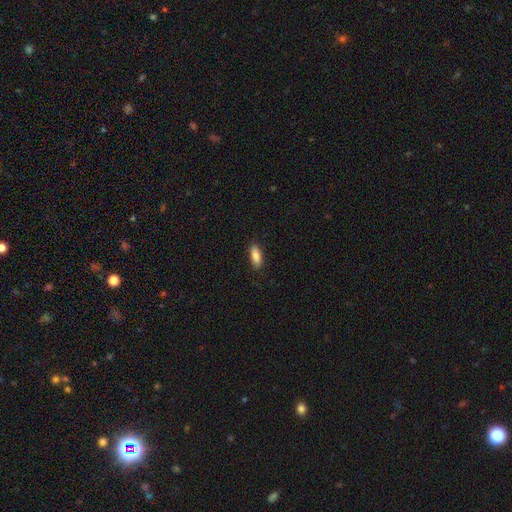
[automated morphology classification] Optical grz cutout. It shows a smooth galaxy with no disk features (86%) that is in between round and cigar-shaped (78%). Merging: none (87%).